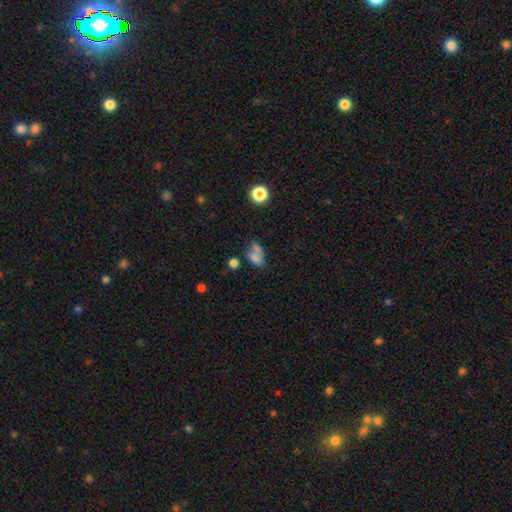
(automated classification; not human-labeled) Q: Smooth or featured?
A: smooth (67%); runner-up: featured or disk (19%)
Q: How rounded?
A: in between (76%); runner-up: round (21%)
Q: Merging?
A: merger (47%); runner-up: none (26%)